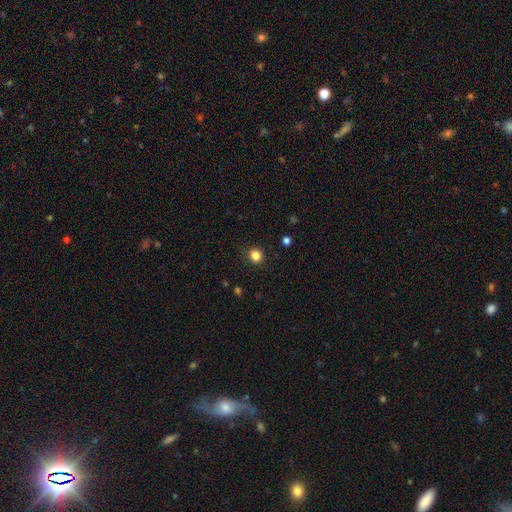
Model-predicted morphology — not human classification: Smooth or featured? smooth (84%)
How rounded? round (90%)
Merging? none (91%)